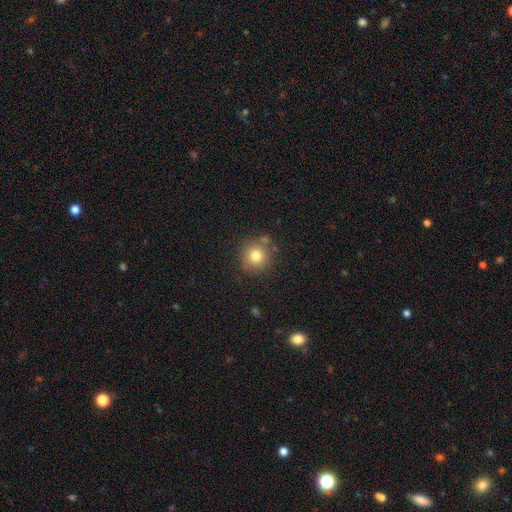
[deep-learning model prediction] Morphology: type=smooth (78%); roundness=round (93%); merging=none (79%).